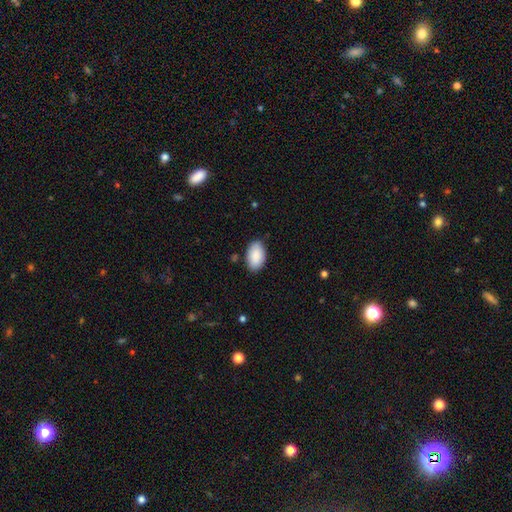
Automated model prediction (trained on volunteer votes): smooth 90%, star or artifact 6%, featured or disk 5%. Down the decision tree: how rounded — in between (94%); merging — none (83%).